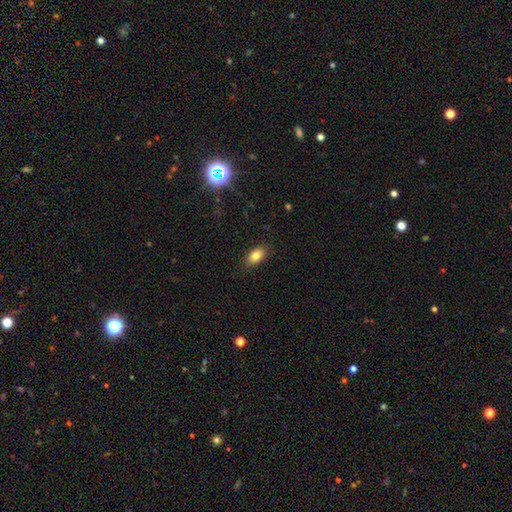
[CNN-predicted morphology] This is clearly a smooth galaxy (83%). How rounded: clearly in between (89%). Merging: clearly none (87%).